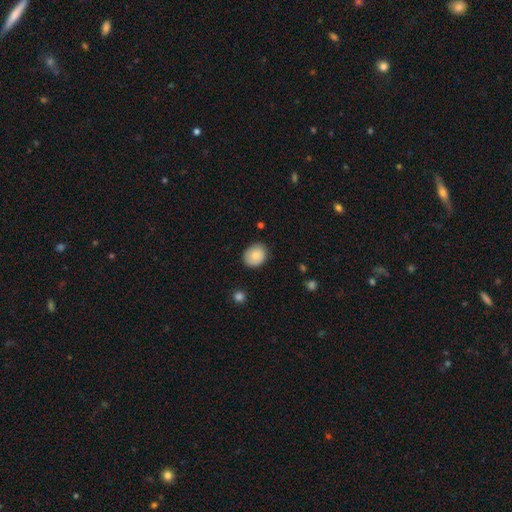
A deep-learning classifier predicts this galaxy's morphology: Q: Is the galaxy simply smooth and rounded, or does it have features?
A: smooth — 83%.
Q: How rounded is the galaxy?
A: round — 52%.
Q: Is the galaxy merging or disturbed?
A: none — 81%.